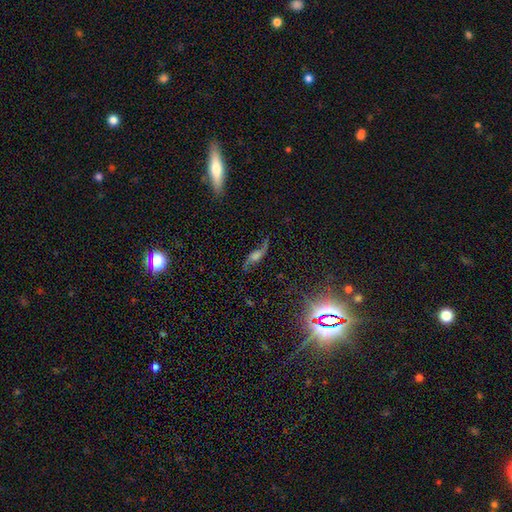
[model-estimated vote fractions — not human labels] This is likely a featured or disk galaxy (76%). It is clearly not viewed edge-on (85%). Bar: possibly no (55%). Spiral arm pattern: clearly yes (95%). Spiral arm count: clearly 2 (93%). Spiral winding: clearly loose (86%). Central bulge: marginally moderate (30%). Merging: likely none (73%).